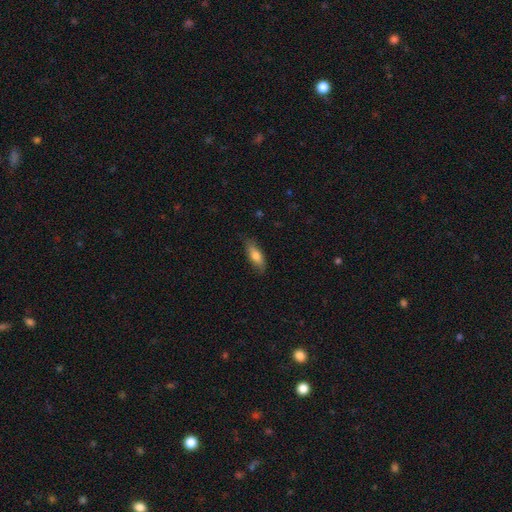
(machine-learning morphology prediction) Smooth or featured: smooth — 74% (featured or disk — 20%)
How rounded: in between — 61% (cigar-shaped — 37%)
Merging: none — 79% (minor disturbance — 17%)